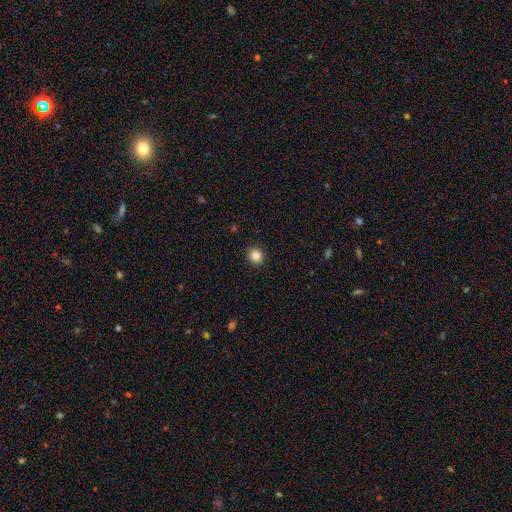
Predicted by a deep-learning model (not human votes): Smooth or featured: smooth — 85% (star or artifact — 10%)
How rounded: round — 83% (in between — 16%)
Merging: none — 91% (minor disturbance — 6%)